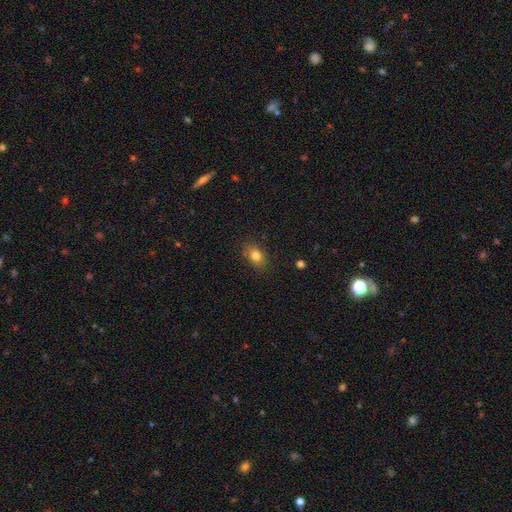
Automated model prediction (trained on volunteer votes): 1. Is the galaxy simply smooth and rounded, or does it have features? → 82% smooth, 11% star or artifact, 8% featured or disk.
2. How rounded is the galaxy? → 72% in between, 27% round, 1% cigar-shaped.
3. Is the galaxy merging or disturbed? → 83% none, 12% minor disturbance, 3% major disturbance, 1% merger.